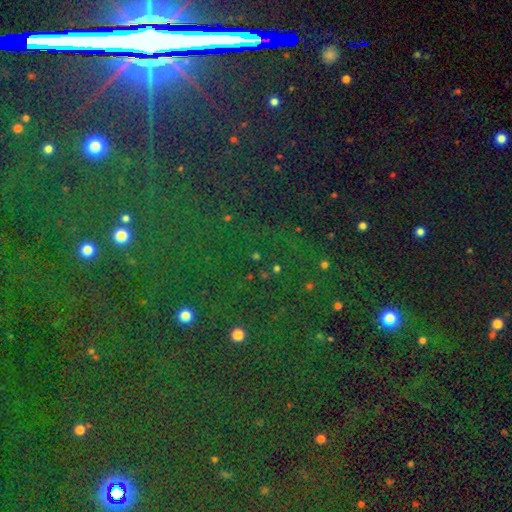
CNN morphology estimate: Q: Smooth or featured?
A: star or artifact (75%); runner-up: smooth (17%)